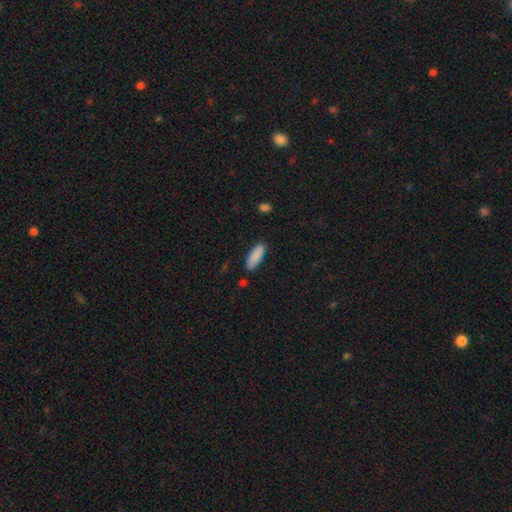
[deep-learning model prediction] smooth-or-featured: smooth: 89% | star or artifact: 6% | featured or disk: 5%
  how-rounded: in between: 65% | cigar-shaped: 33% | round: 2%
  merging: none: 84% | minor disturbance: 11% | major disturbance: 2% | merger: 2%